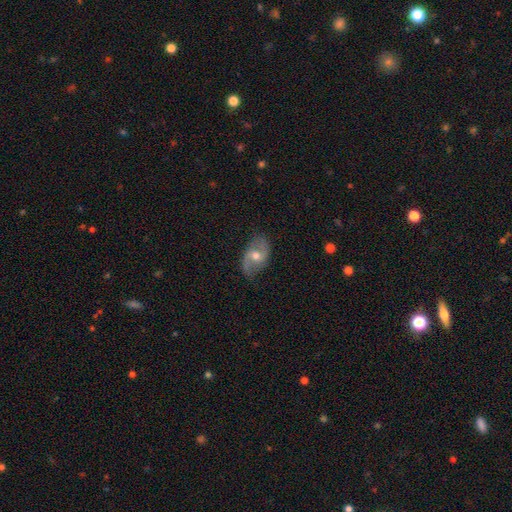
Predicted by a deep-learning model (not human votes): The model was most divided on "bar": no: 45%, weak: 44%, strong: 11%. Remaining: edge-on disk — no (96%); spiral arm count — 2 (90%); spiral arms — yes (89%); merging — none (79%); smooth or featured — featured or disk (74%); bulge size — moderate (71%); spiral winding — loose (50%).